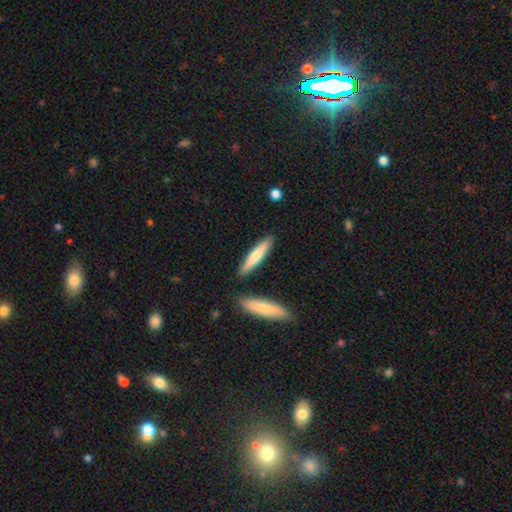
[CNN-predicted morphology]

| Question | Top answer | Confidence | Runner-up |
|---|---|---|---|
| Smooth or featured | smooth | 68% | featured or disk (27%) |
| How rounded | cigar-shaped | 85% | in between (14%) |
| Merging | none | 84% | minor disturbance (9%) |